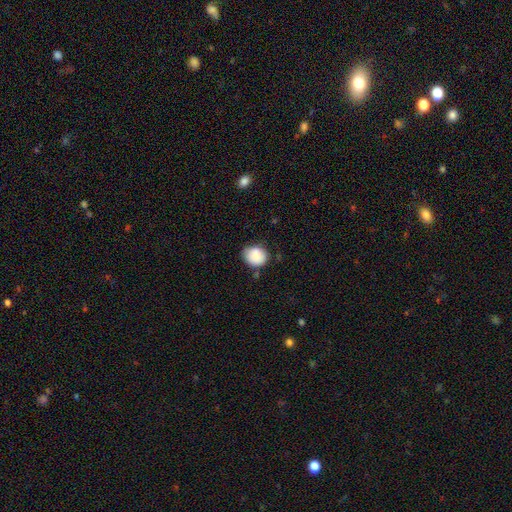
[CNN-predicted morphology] type=smooth (85%); roundness=round (68%); merging=none (67%).